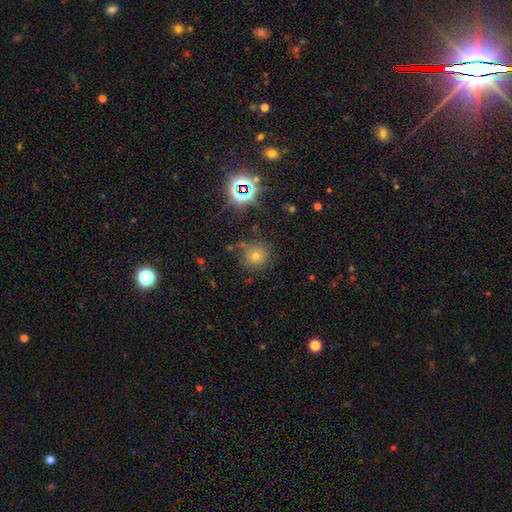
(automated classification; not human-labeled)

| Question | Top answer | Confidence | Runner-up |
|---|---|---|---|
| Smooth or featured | smooth | 55% | star or artifact (32%) |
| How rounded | round | 91% | in between (8%) |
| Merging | none | 77% | minor disturbance (13%) |